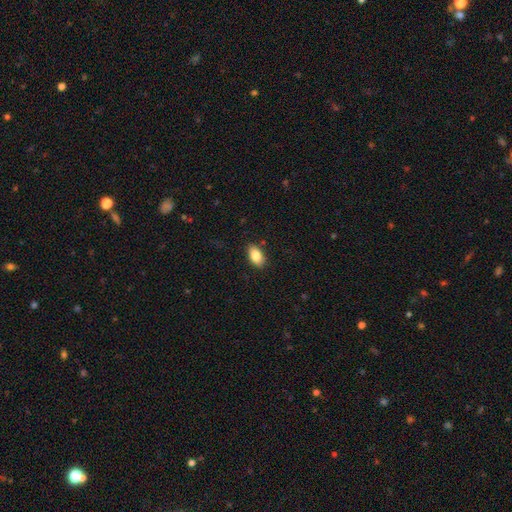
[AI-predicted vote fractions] Overall: smooth (85%). How rounded: in between (92%). Merging: none (86%).